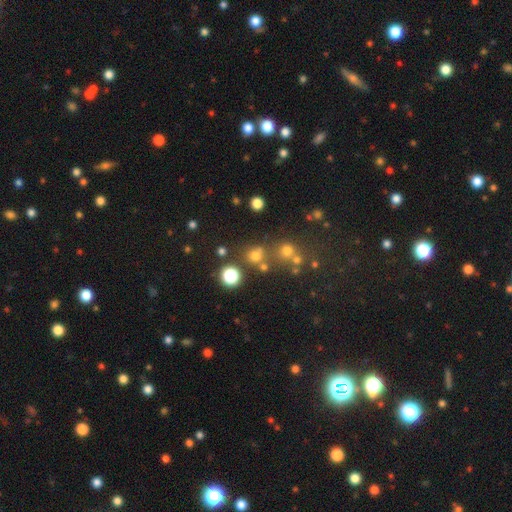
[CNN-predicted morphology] Q: Smooth or featured?
A: smooth (62%); runner-up: star or artifact (29%)
Q: How rounded?
A: round (88%); runner-up: in between (11%)
Q: Merging?
A: none (67%); runner-up: merger (20%)